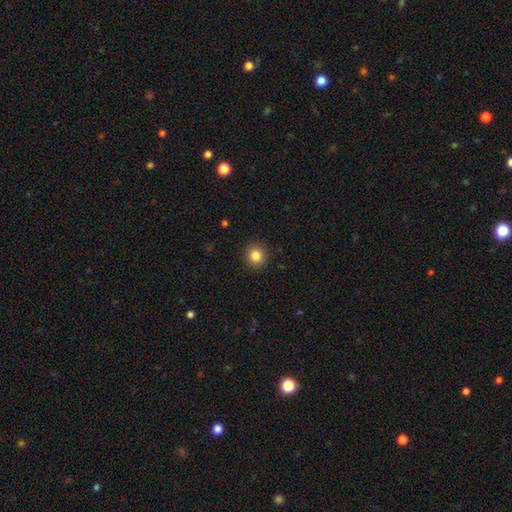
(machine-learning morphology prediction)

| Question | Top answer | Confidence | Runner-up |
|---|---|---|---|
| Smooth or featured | smooth | 85% | star or artifact (10%) |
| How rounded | round | 92% | in between (7%) |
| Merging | none | 91% | minor disturbance (6%) |